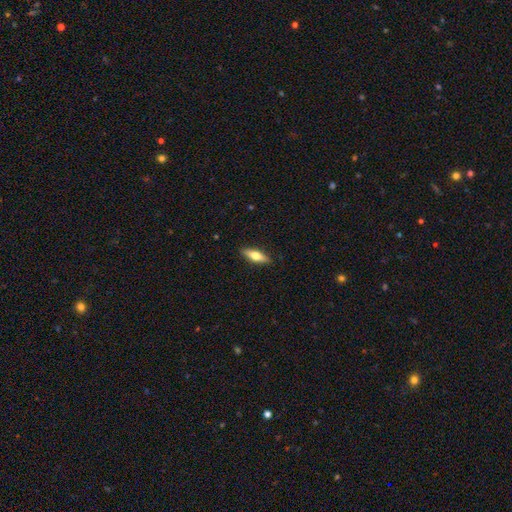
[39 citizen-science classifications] Smooth or featured?
  - featured or disk: 49% *
  - smooth: 44%
  - star or artifact: 8%
Edge-on disk?
  - yes: 84% *
  - no: 16%
Edge-on bulge?
  - rounded: 88% *
  - none: 12%
  - boxy: 0%
Merging?
  - none: 94% *
  - minor disturbance: 6%
  - major disturbance: 0%
  - merger: 0%